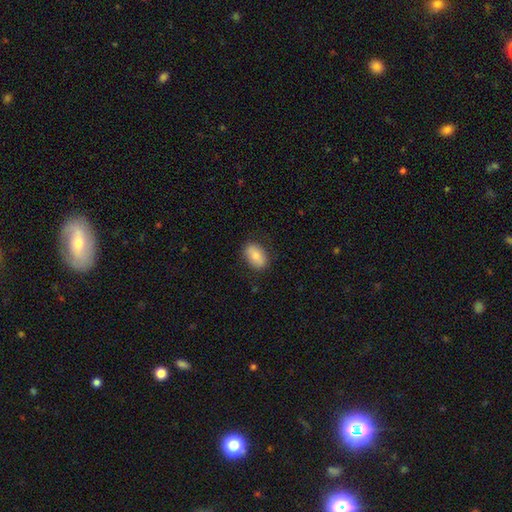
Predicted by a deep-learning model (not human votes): Smooth or featured? smooth (81%)
How rounded? in between (90%)
Merging? none (83%)